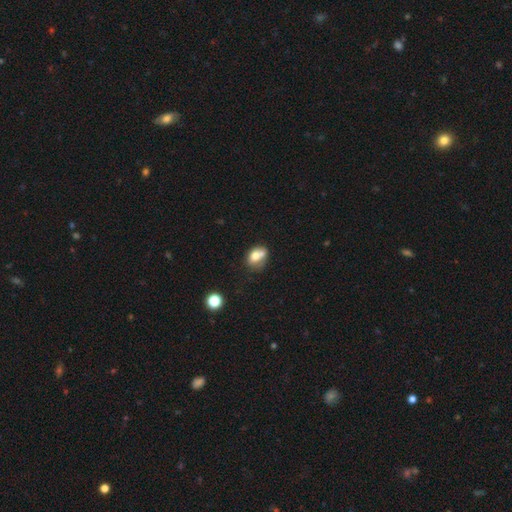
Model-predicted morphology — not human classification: A smooth galaxy with no disk features (70%) that is in between round and cigar-shaped (58%). Merging: merger (45%).